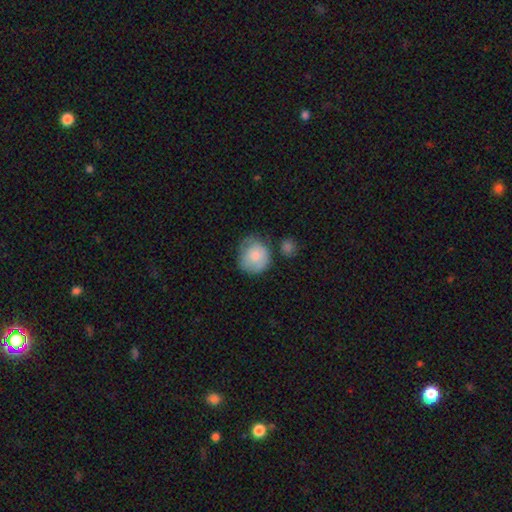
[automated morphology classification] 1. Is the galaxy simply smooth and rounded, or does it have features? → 77% smooth, 16% featured or disk, 7% star or artifact.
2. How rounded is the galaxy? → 82% round, 18% in between, 1% cigar-shaped.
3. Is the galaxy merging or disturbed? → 54% none, 29% minor disturbance, 10% major disturbance, 8% merger.